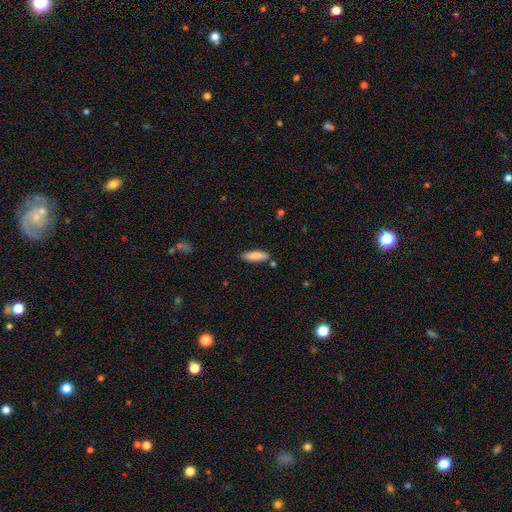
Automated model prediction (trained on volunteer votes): smooth 86%, featured or disk 8%, star or artifact 6%. Down the decision tree: how rounded — cigar-shaped (56%); merging — none (82%).